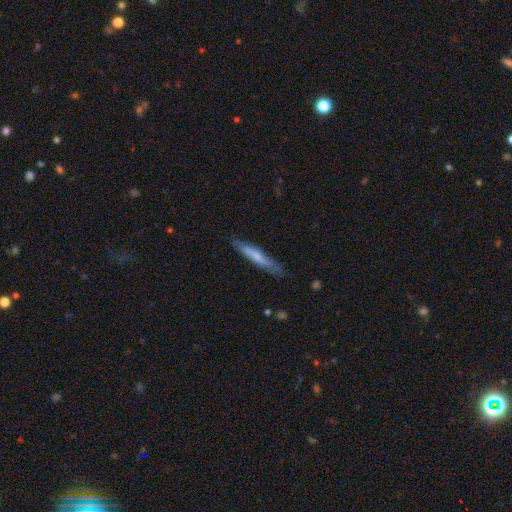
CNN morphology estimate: This appears to be a smooth galaxy with no disk features (60%) that is cigar-shaped (92%). Merging: none (77%).